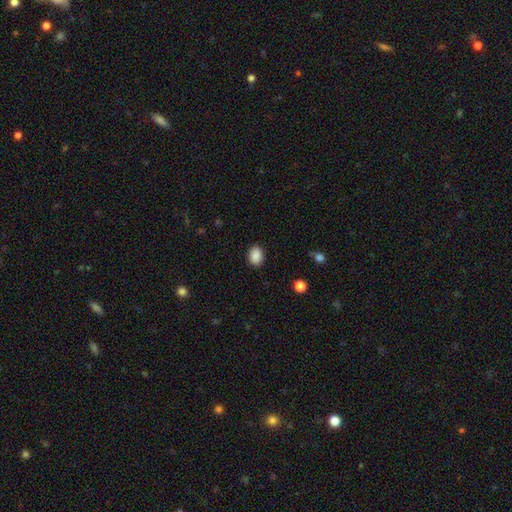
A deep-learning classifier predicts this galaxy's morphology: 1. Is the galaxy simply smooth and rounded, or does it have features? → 89% smooth, 8% star or artifact, 3% featured or disk.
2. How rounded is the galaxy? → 72% in between, 27% round, 1% cigar-shaped.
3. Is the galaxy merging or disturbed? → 88% none, 9% minor disturbance, 2% major disturbance, 1% merger.